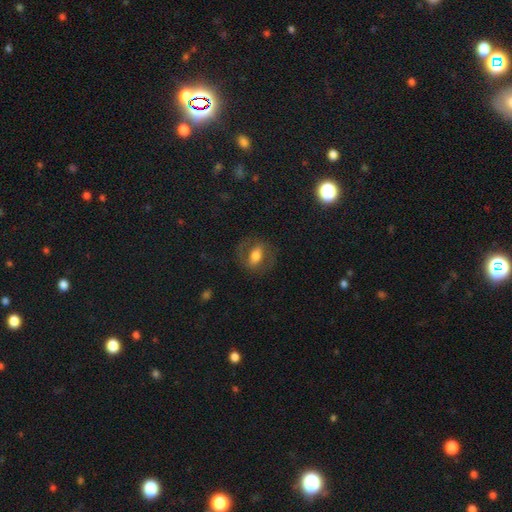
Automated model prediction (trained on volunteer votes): Smooth or featured? Predicted: featured or disk (p=0.46, tied with smooth). Merging? Predicted: none (p=0.73).